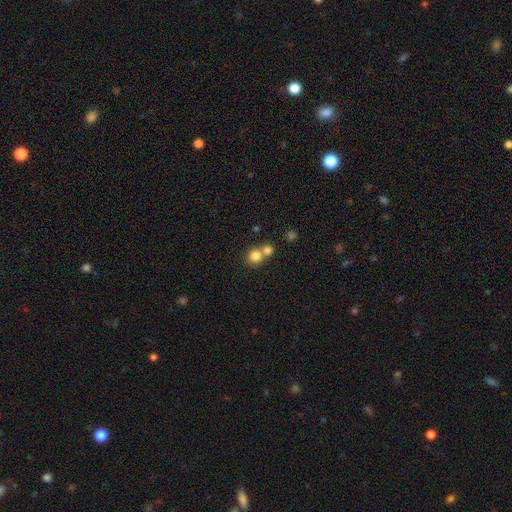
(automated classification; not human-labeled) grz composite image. It shows a smooth galaxy with no disk features (80%) that is round (88%). Merging: none (47%).